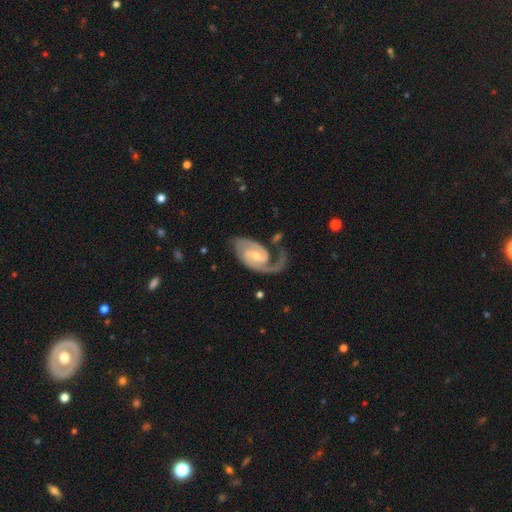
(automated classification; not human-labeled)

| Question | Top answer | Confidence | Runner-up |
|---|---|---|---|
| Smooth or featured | featured or disk | 91% | smooth (5%) |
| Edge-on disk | no | 97% | yes (3%) |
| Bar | weak | 54% | no (27%) |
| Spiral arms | yes | 98% | no (2%) |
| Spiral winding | medium | 51% | tight (35%) |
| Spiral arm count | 2 | 81% | 1 (11%) |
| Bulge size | small | 50% | moderate (45%) |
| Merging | none | 58% | minor disturbance (20%) |